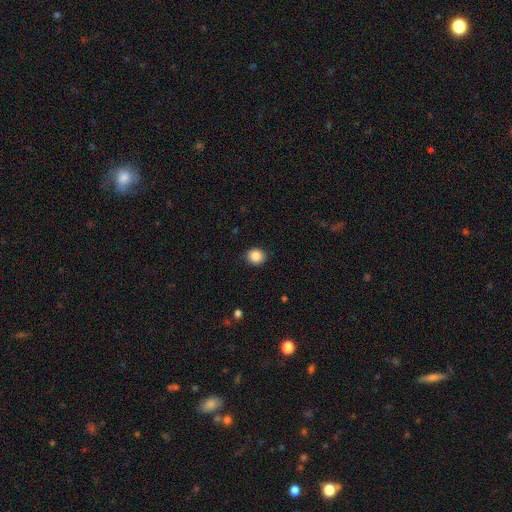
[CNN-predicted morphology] This is clearly a smooth galaxy (85%). How rounded: clearly round (81%). Merging: clearly none (91%).